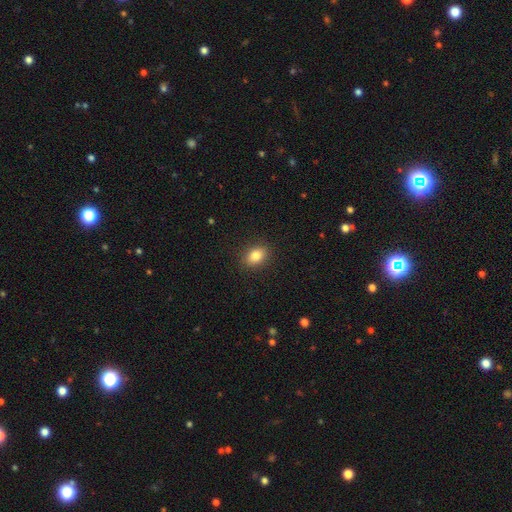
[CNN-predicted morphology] Smooth or featured? Predicted: smooth (p=0.84). How rounded? Predicted: in between (p=0.72). Merging? Predicted: none (p=0.89).